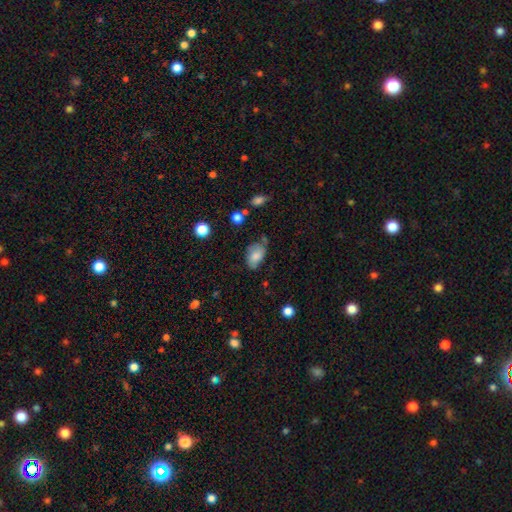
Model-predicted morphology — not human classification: smooth-or-featured: smooth: 78% | featured or disk: 14% | star or artifact: 8%
  how-rounded: in between: 89% | round: 9% | cigar-shaped: 1%
  merging: none: 55% | minor disturbance: 31% | major disturbance: 9% | merger: 6%